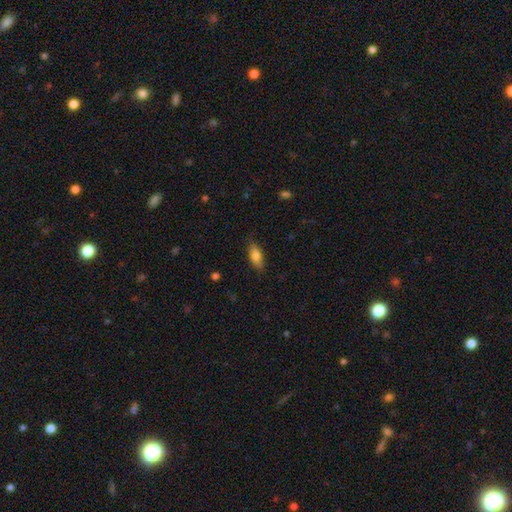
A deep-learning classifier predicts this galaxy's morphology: type=smooth (80%); roundness=in between (82%); merging=none (84%).